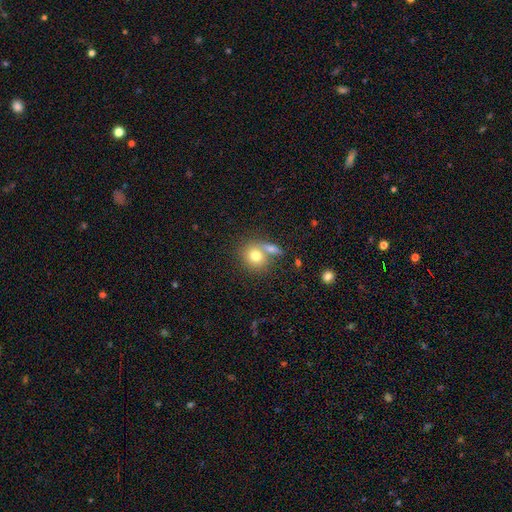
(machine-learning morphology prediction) The model was most divided on "merging": none: 47%, merger: 38%, minor disturbance: 10%, major disturbance: 4%. More confident: smooth or featured — smooth (76%); how rounded — round (75%).